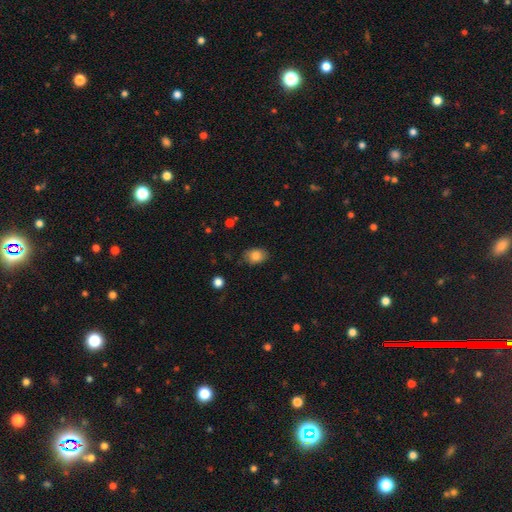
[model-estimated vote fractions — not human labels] This appears to be a smooth galaxy with no disk features (82%) that is in between round and cigar-shaped (78%). Merging: none (80%).